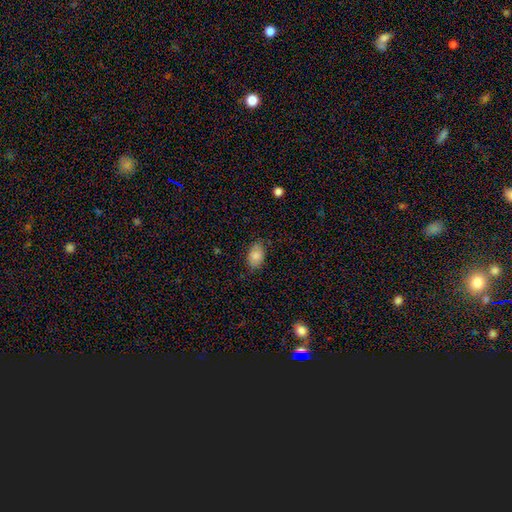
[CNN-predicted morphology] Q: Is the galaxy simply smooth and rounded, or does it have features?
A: smooth — 85%.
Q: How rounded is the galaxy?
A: in between — 87%.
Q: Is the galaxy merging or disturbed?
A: none — 81%.